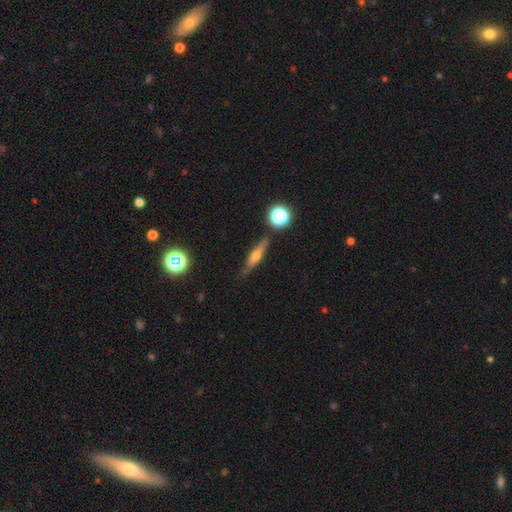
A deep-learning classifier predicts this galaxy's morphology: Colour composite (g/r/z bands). It shows a featured or disk galaxy (52%) viewed edge-on (91%). Merging: none (81%).